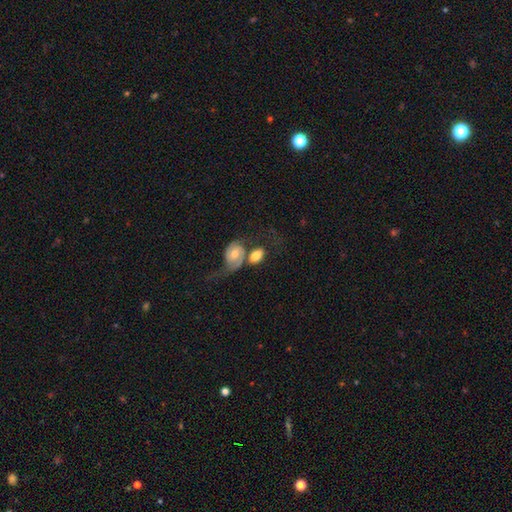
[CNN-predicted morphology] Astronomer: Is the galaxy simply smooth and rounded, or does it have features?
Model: smooth — 56% (runner-up: featured or disk, 37%).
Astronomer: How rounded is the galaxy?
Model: in between — 80%.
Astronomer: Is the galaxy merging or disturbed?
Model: merger — 53%.